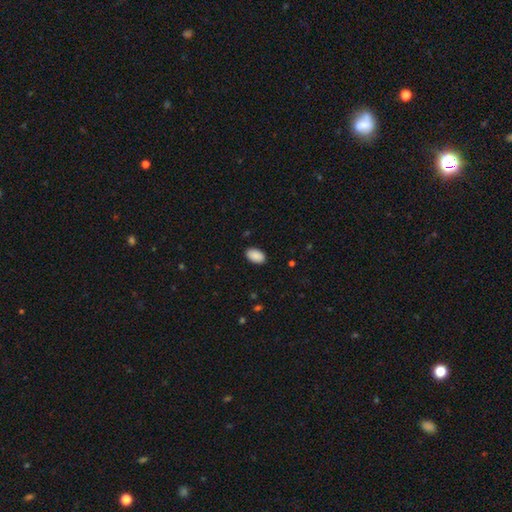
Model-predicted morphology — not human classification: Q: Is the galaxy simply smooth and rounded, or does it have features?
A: smooth — 90%.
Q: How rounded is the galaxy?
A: in between — 94%.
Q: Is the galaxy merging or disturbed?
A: none — 89%.